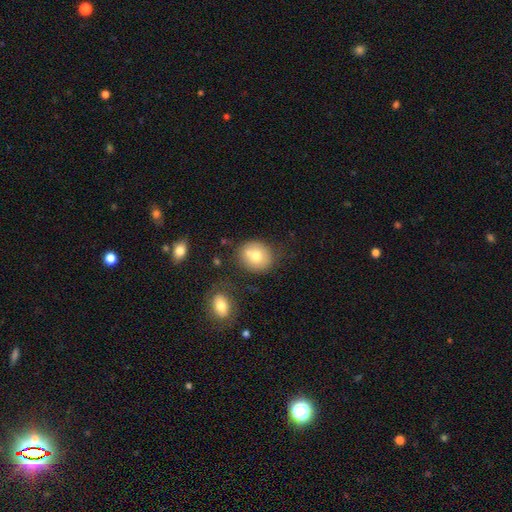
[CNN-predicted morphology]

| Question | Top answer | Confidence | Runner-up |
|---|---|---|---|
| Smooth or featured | smooth | 70% | featured or disk (20%) |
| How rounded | round | 73% | in between (26%) |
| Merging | none | 62% | merger (19%) |